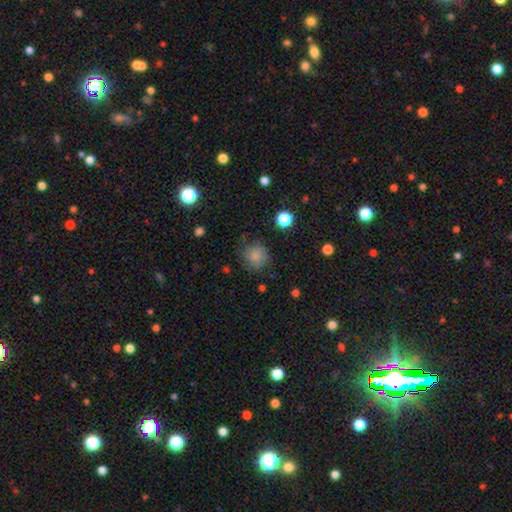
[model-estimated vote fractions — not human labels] Overall: smooth (79%). How rounded: round (90%). Merging: none (74%).